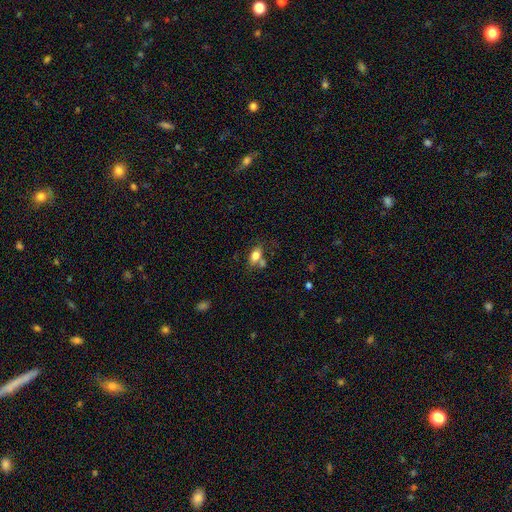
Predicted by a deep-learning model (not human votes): A smooth galaxy with no disk features (77%) that is in between round and cigar-shaped (86%).

Vote fractions:
- Smooth or featured? smooth: 77% / featured or disk: 14% / star or artifact: 9%
- How rounded? in between: 86% / round: 9% / cigar-shaped: 6%
- Merging? none: 53% / merger: 24% / minor disturbance: 17% / major disturbance: 6%